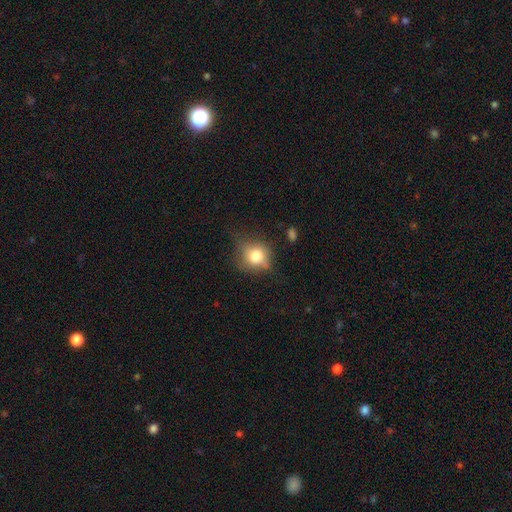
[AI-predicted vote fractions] This appears to be a smooth galaxy with no disk features (76%) that is round (77%). Merging: none (57%).